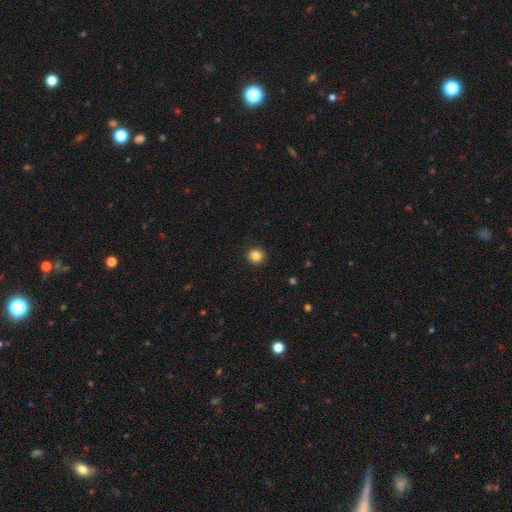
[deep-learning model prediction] smooth_or_featured: smooth (p=0.85) [alt: star or artifact p=0.11]
how_rounded: round (p=0.94) [alt: in between p=0.05]
merging: none (p=0.93) [alt: minor disturbance p=0.05]